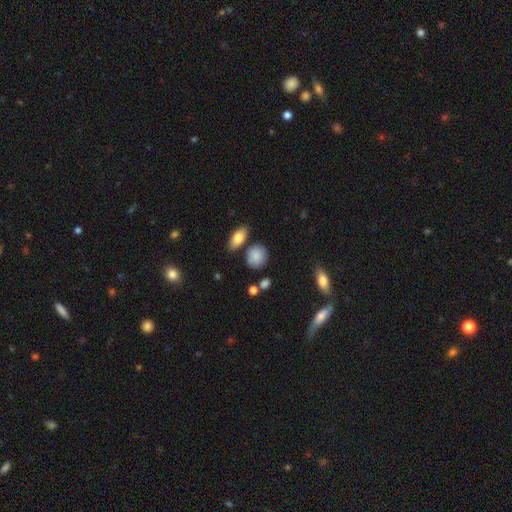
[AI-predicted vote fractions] smooth 86%, star or artifact 8%, featured or disk 6%. Down the decision tree: how rounded — round (71%); merging — none (73%).